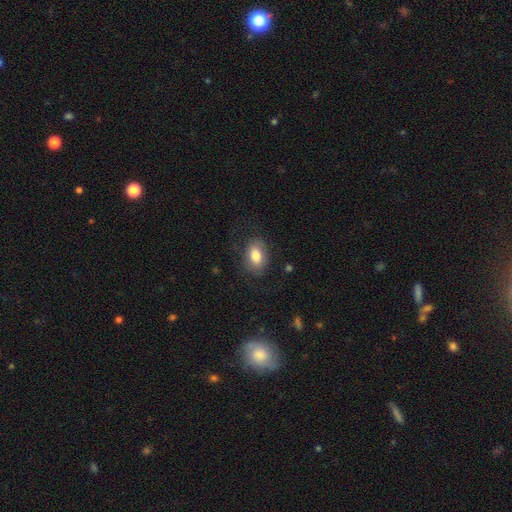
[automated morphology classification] Q: Smooth or featured?
A: smooth (78%); runner-up: featured or disk (16%)
Q: How rounded?
A: in between (88%); runner-up: round (11%)
Q: Merging?
A: none (73%); runner-up: minor disturbance (17%)